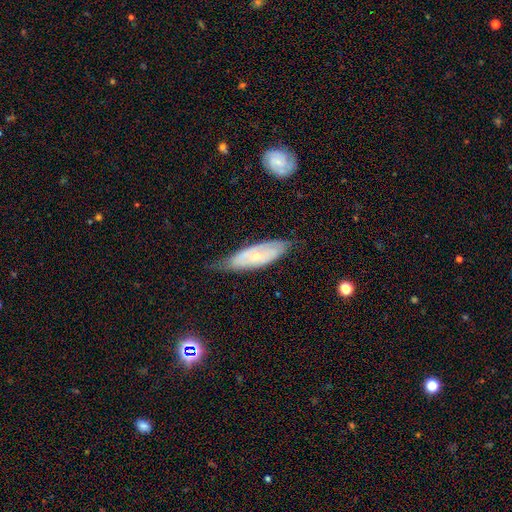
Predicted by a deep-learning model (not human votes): smooth-or-featured: featured or disk: 56% | smooth: 36% | star or artifact: 7%
  disk-edge-on: no: 76% | yes: 24%
  merging: none: 55% | minor disturbance: 33% | major disturbance: 9% | merger: 2%